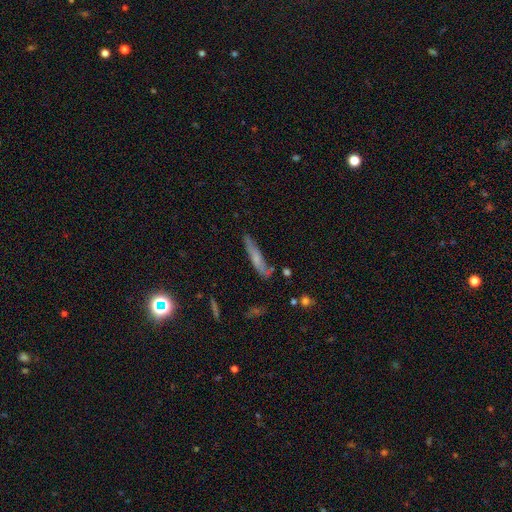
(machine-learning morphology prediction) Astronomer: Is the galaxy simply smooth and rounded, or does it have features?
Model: smooth — 49% (runner-up: featured or disk, 39%).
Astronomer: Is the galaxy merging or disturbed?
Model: none — 71%.